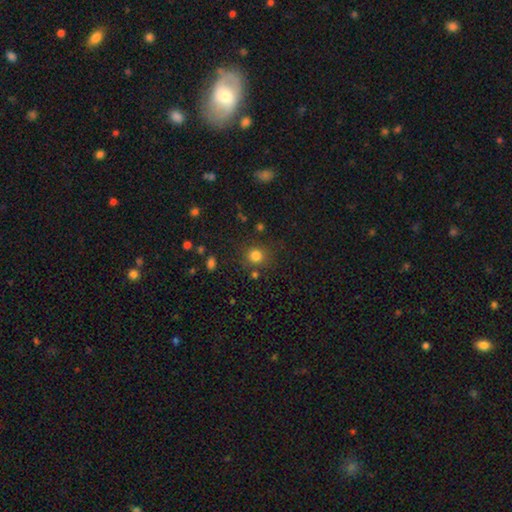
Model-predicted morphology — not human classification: type=smooth (80%); roundness=round (88%); merging=none (81%).